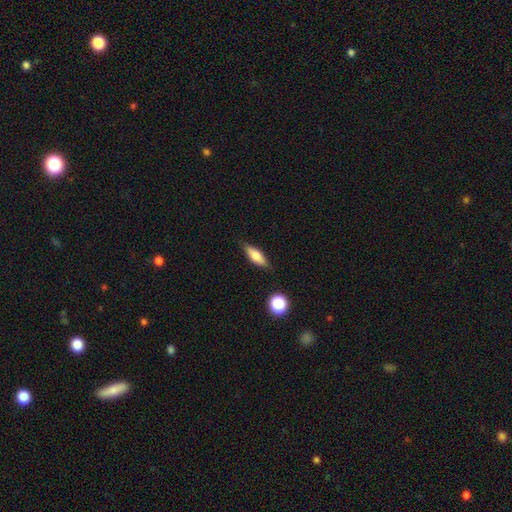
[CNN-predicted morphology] This appears to be a smooth galaxy with no disk features (68%) that is in between round and cigar-shaped (59%). Merging: none (81%).